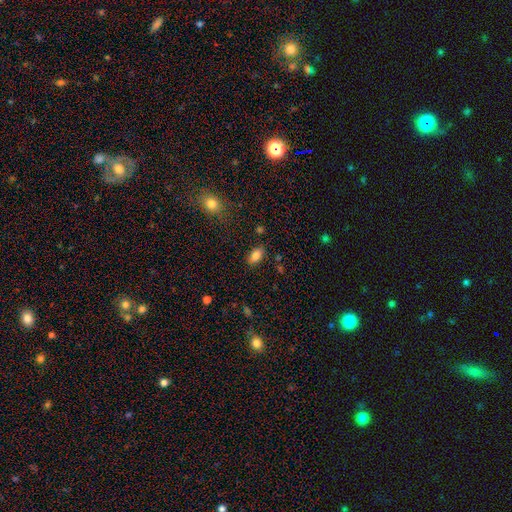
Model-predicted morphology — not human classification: smooth 82%, featured or disk 9%, star or artifact 8%. Down the decision tree: how rounded — in between (91%); merging — none (85%).